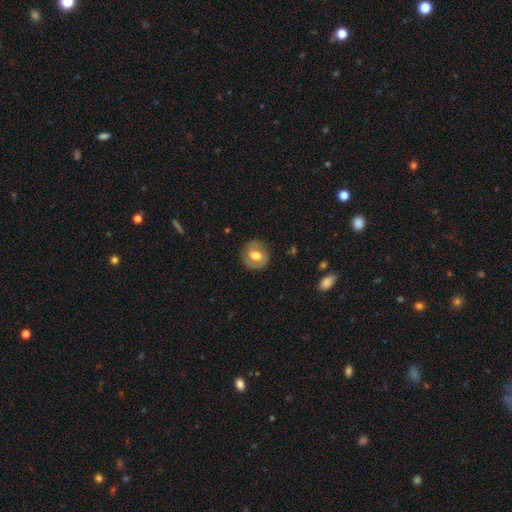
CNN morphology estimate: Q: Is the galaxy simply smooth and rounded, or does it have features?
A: featured or disk — 48%.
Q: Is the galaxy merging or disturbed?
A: none — 80%.